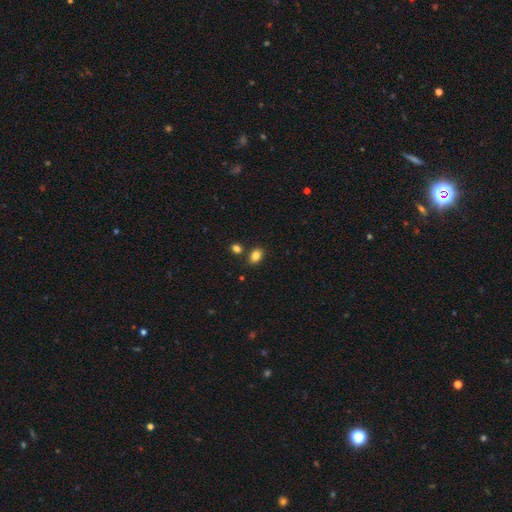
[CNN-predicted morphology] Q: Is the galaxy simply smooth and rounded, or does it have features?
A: smooth — 83%.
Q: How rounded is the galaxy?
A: in between — 70%.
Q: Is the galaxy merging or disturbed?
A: none — 76%.